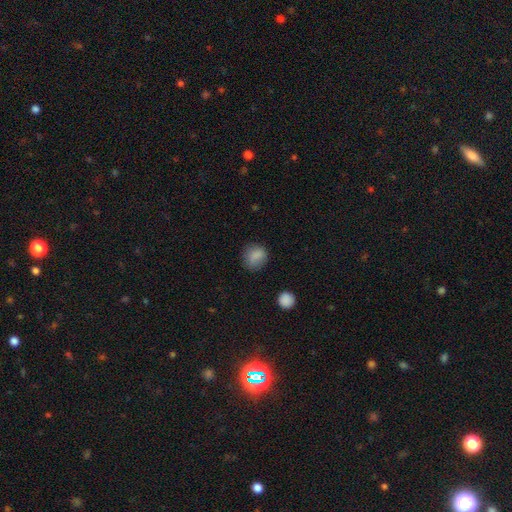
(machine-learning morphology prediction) A smooth galaxy with no disk features (84%) that is round (70%). Merging: none (75%).